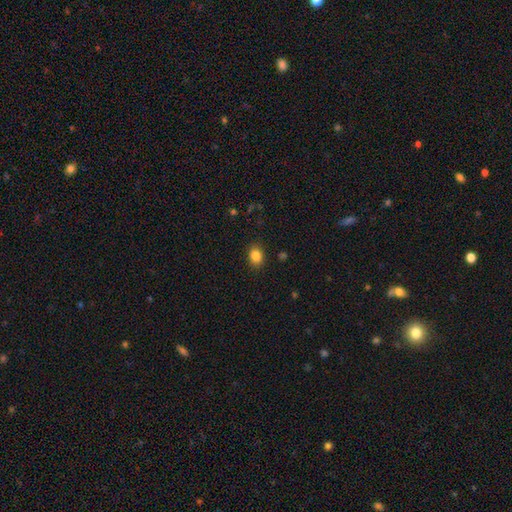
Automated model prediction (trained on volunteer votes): Smooth or featured? Predicted: smooth (p=0.85). How rounded? Predicted: in between (p=0.59). Merging? Predicted: none (p=0.88).